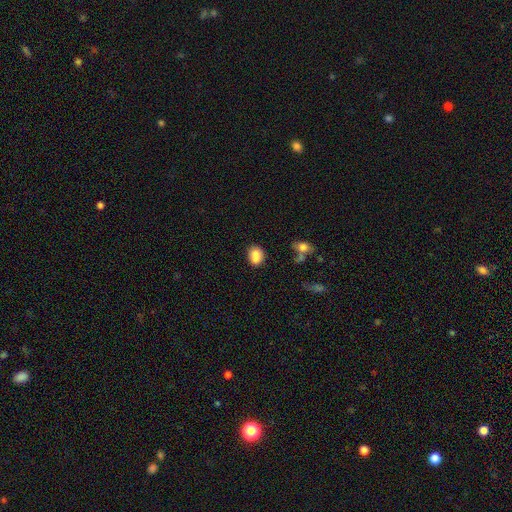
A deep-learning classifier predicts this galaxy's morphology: This appears to be a smooth galaxy with no disk features (80%) that is in between round and cigar-shaped (57%). Merging: none (53%).